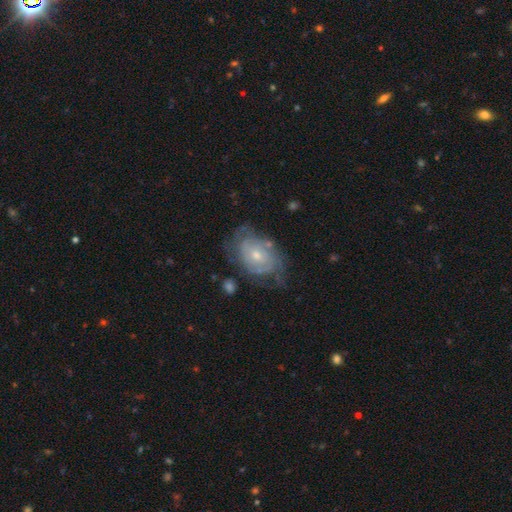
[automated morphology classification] This appears to be a featured or disk galaxy (70%) with no bar (73%), tight (66%) spiral arms (87%) and a small central bulge (55%). Merging: none (73%).